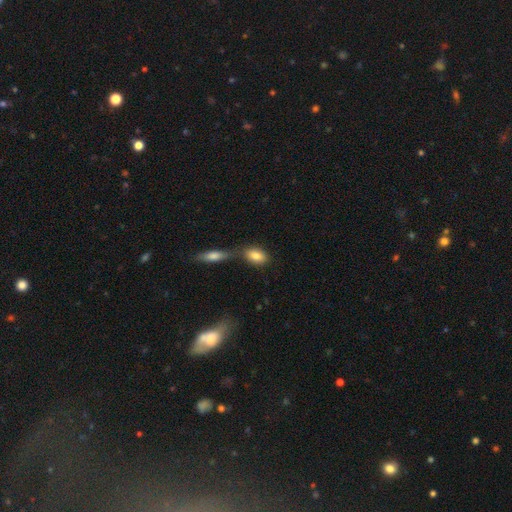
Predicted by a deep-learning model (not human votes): The model was most divided on "merging": none: 53%, merger: 31%, minor disturbance: 12%, major disturbance: 4%. More confident: how rounded — in between (84%); smooth or featured — smooth (84%).